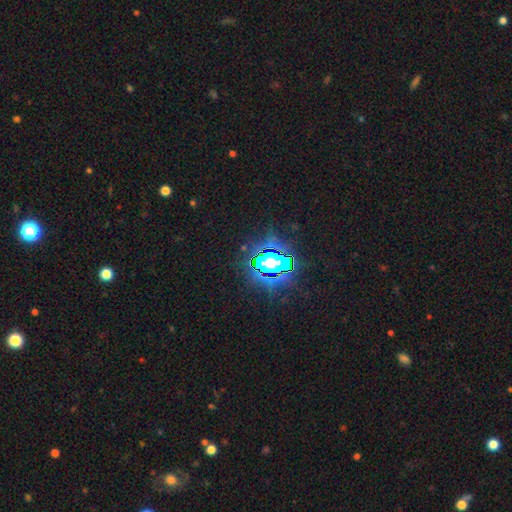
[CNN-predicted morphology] Smooth or featured? star or artifact (83%)